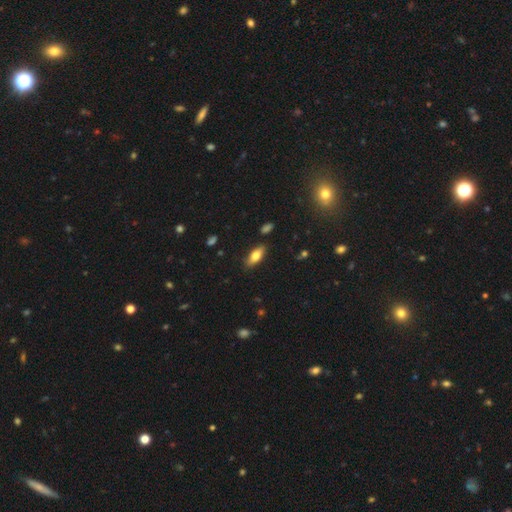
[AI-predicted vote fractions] This is likely a smooth galaxy (73%). How rounded: likely in between (78%). Merging: clearly none (83%).